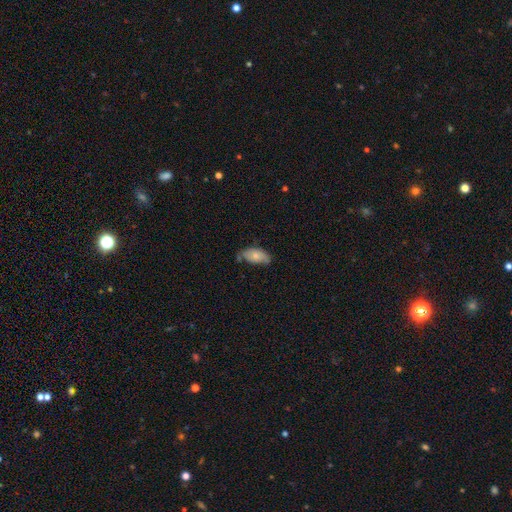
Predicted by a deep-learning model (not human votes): Smooth or featured? Predicted: smooth (p=0.68). How rounded? Predicted: in between (p=0.91). Merging? Predicted: none (p=0.54).